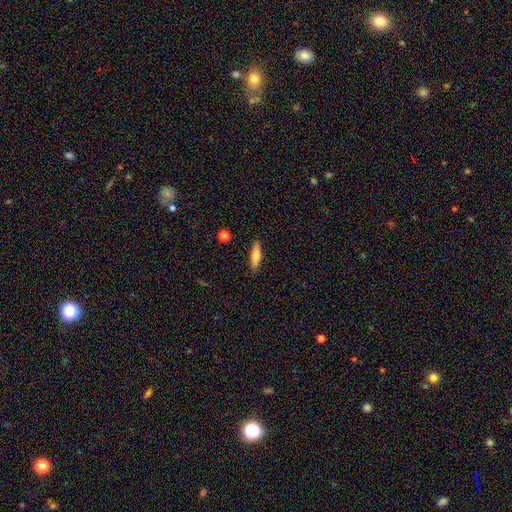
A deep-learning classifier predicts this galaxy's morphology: Smooth or featured? smooth (76%)
How rounded? cigar-shaped (62%)
Merging? none (88%)